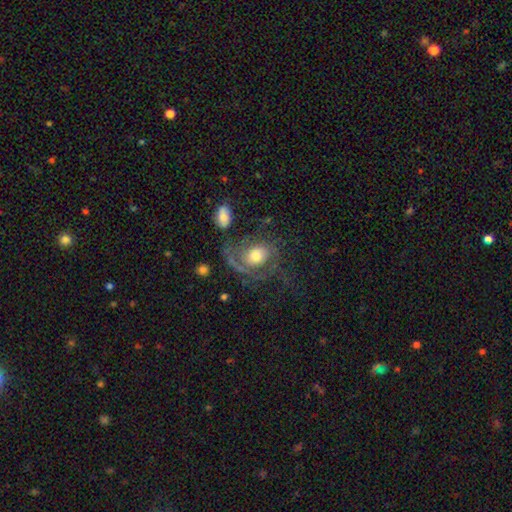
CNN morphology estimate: smooth_or_featured: featured or disk (p=0.69) [alt: smooth p=0.23]
disk_edge_on: no (p=0.97) [alt: yes p=0.03]
bar: no (p=0.78) [alt: weak p=0.18]
has_spiral_arms: yes (p=0.82) [alt: no p=0.18]
spiral_winding: medium (p=0.40) [alt: tight p=0.33]
spiral_arm_count: 2 (p=0.33) [alt: can't tell p=0.24]
bulge_size: moderate (p=0.63) [alt: large p=0.18]
merging: none (p=0.44) [alt: major disturbance p=0.33]